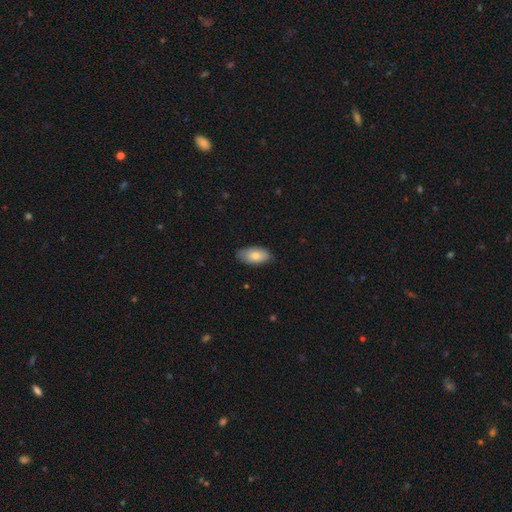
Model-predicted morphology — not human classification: smooth 79%, featured or disk 15%, star or artifact 6%. Down the decision tree: how rounded — in between (93%); merging — none (81%).